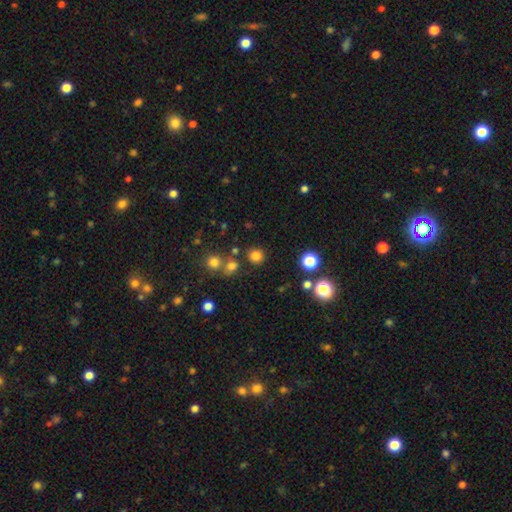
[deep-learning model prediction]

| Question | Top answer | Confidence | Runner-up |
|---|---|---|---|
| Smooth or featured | smooth | 78% | star or artifact (17%) |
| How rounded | round | 91% | in between (8%) |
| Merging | none | 84% | minor disturbance (7%) |